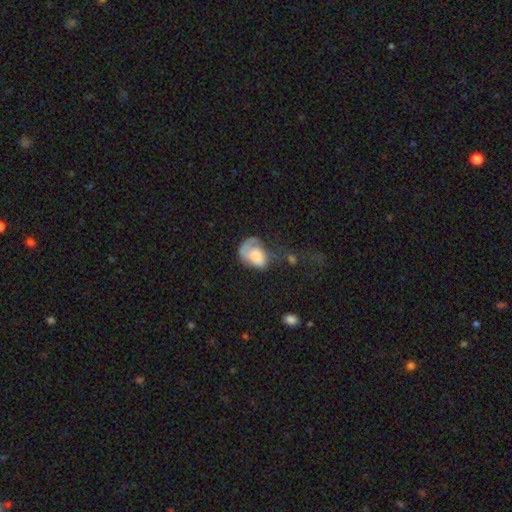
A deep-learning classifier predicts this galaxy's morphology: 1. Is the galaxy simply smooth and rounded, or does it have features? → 47% featured or disk, 46% smooth, 7% star or artifact.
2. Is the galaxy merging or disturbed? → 42% major disturbance, 29% none, 23% minor disturbance, 6% merger.